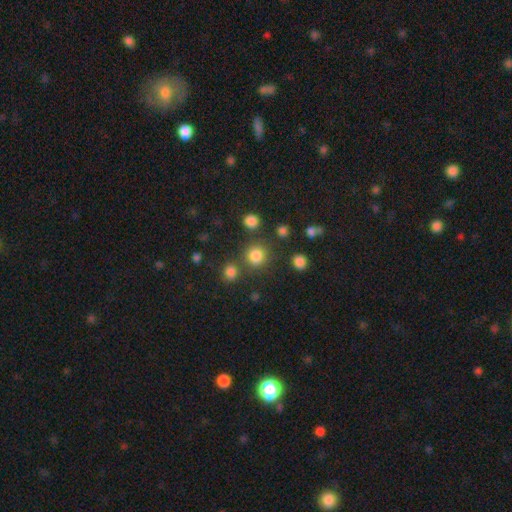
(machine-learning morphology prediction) This is clearly a smooth galaxy (81%). How rounded: clearly round (90%). Merging: likely none (76%).